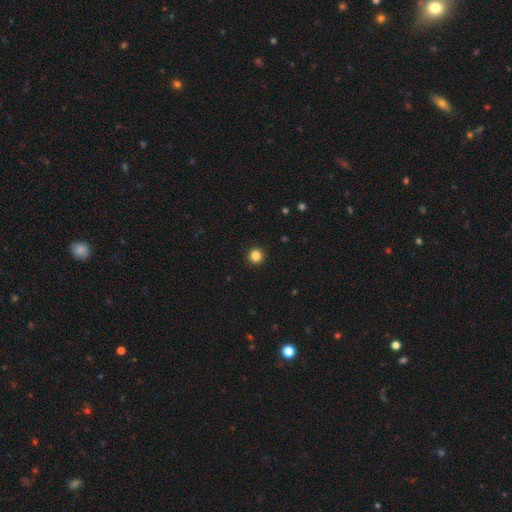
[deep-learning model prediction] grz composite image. It shows a smooth galaxy with no disk features (84%) that is round (95%). Merging: none (93%).